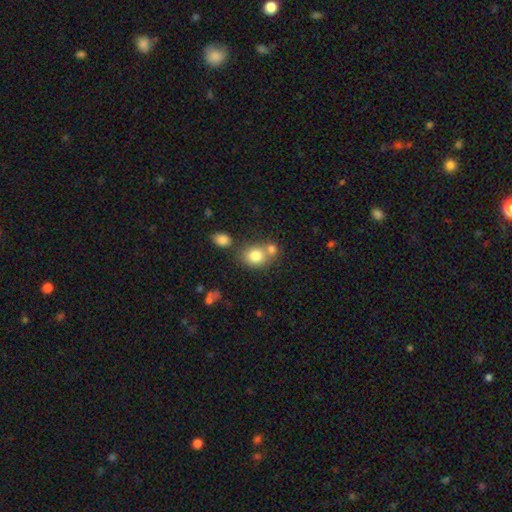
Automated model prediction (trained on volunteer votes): This is likely a smooth galaxy (79%). How rounded: likely round (64%). Merging: possibly none (49%).